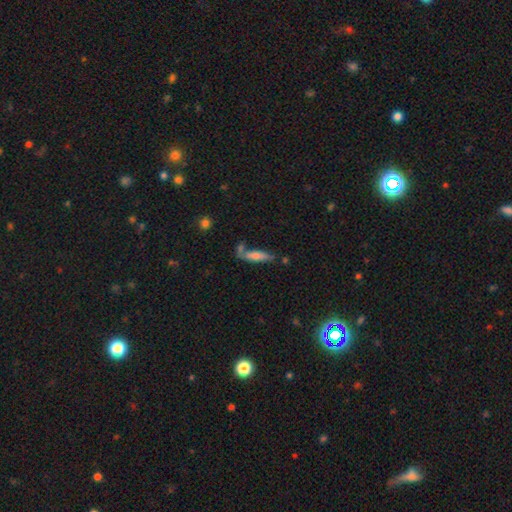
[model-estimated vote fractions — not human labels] This appears to be a smooth galaxy with no disk features (63%) that is cigar-shaped (73%). Merging: none (54%).